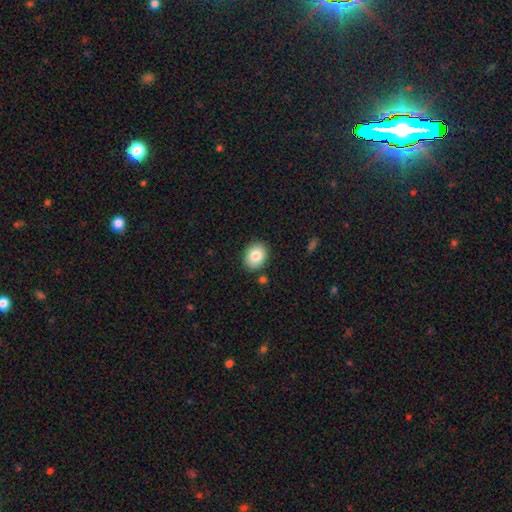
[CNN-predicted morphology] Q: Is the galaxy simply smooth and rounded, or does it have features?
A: smooth — 83%.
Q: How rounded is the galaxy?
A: in between — 53%.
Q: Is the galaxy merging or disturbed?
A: none — 86%.